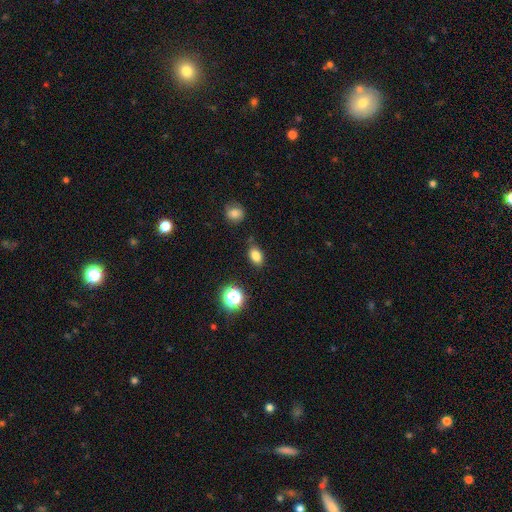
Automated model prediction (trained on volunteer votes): smooth_or_featured: smooth (p=0.81) [alt: star or artifact p=0.13]
how_rounded: in between (p=0.83) [alt: round p=0.15]
merging: none (p=0.80) [alt: minor disturbance p=0.14]